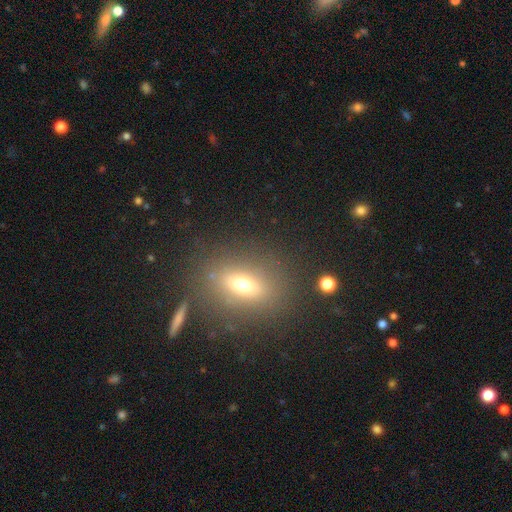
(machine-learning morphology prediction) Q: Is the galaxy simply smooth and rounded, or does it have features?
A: smooth — 46%.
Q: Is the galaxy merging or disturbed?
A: none — 83%.